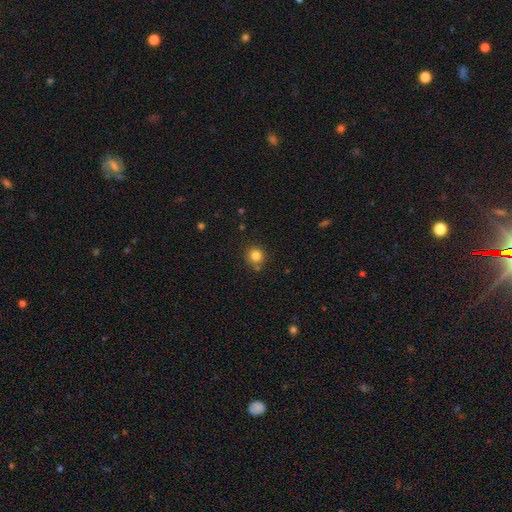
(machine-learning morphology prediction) A smooth galaxy with no disk features (82%) that is round (92%). Merging: none (82%).